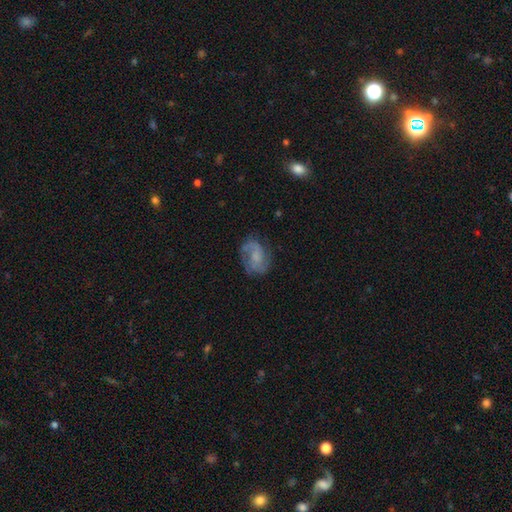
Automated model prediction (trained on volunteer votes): smooth_or_featured: featured or disk (p=0.68) [alt: smooth p=0.25]
disk_edge_on: no (p=0.97) [alt: yes p=0.03]
bar: no (p=0.59) [alt: weak p=0.35]
has_spiral_arms: yes (p=0.90) [alt: no p=0.10]
spiral_winding: medium (p=0.47) [alt: loose p=0.29]
spiral_arm_count: 2 (p=0.72) [alt: can't tell p=0.11]
bulge_size: none (p=0.33) [alt: small p=0.30]
merging: none (p=0.67) [alt: minor disturbance p=0.20]